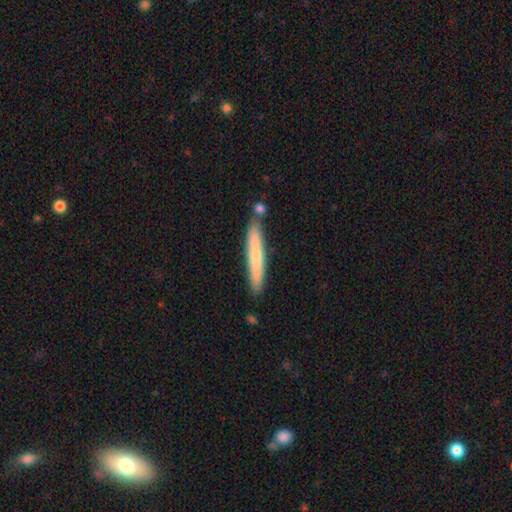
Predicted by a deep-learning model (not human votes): Smooth or featured: smooth — 63% (featured or disk — 31%)
How rounded: cigar-shaped — 95% (in between — 4%)
Merging: none — 78% (minor disturbance — 12%)